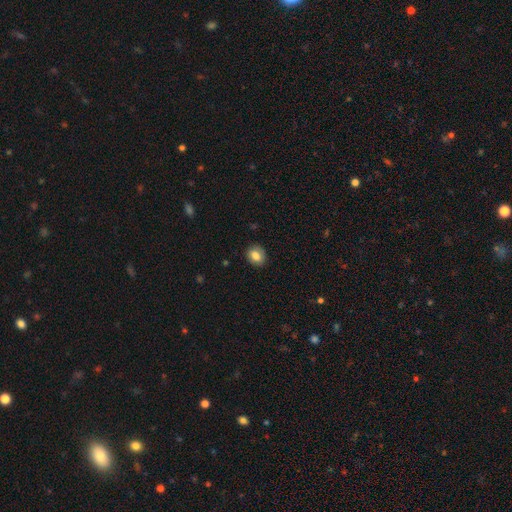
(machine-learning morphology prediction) This appears to be a smooth galaxy with no disk features (81%) that is round (56%). Merging: none (87%).